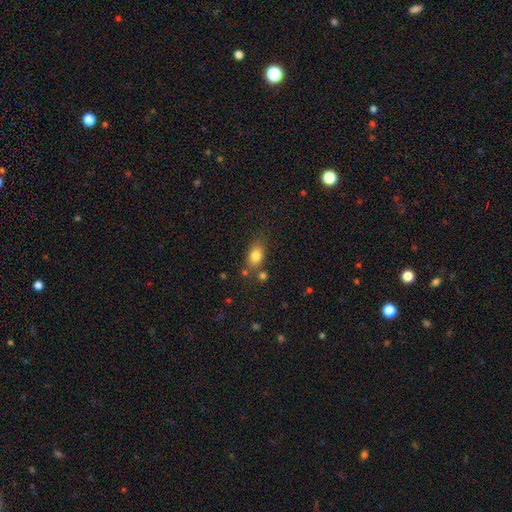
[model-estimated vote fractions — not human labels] A smooth galaxy with no disk features (82%) that is in between round and cigar-shaped (78%).

Vote fractions:
- Smooth or featured? smooth: 82% / star or artifact: 9% / featured or disk: 9%
- How rounded? in between: 78% / round: 19% / cigar-shaped: 3%
- Merging? none: 67% / minor disturbance: 17% / merger: 12% / major disturbance: 5%